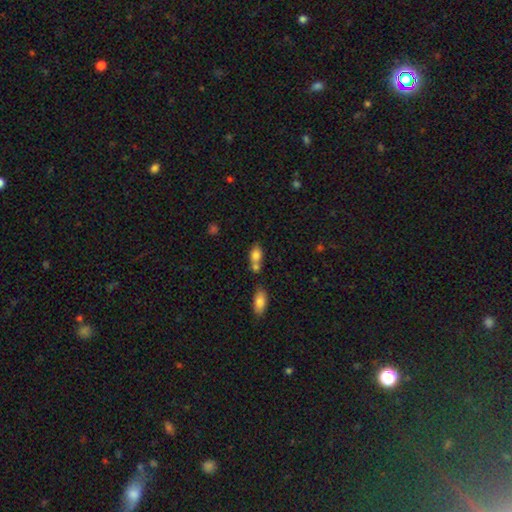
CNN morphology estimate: This appears to be a smooth galaxy with no disk features (80%) that is in between round and cigar-shaped (77%). Merging: merger (52%).